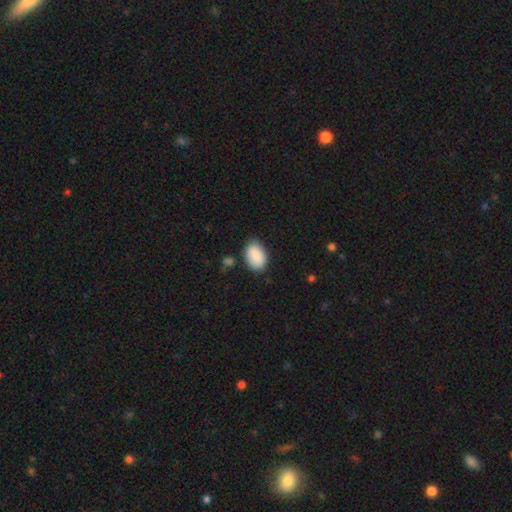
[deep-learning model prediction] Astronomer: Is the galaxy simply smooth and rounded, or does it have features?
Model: smooth — 89%.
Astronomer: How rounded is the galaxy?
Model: in between — 90%.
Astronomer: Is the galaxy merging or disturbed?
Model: none — 78%.